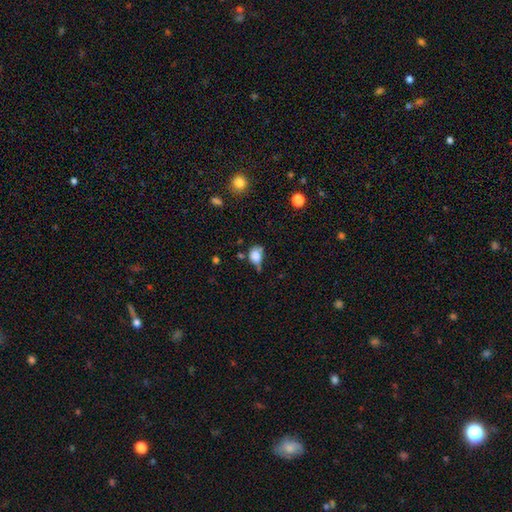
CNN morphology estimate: Smooth or featured? smooth (79%)
How rounded? in between (53%)
Merging? none (36%, tied with minor disturbance)